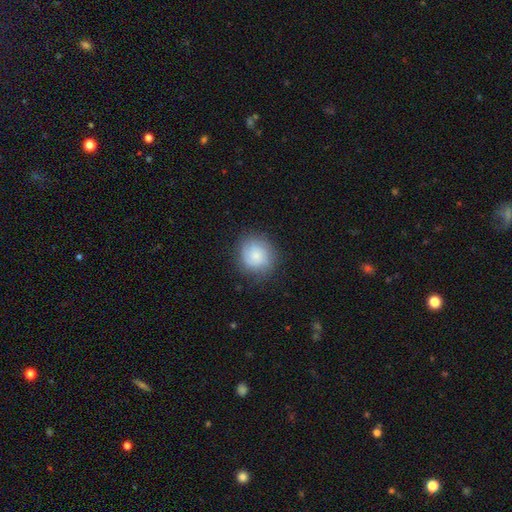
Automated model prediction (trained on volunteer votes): Q: Smooth or featured?
A: smooth (74%); runner-up: featured or disk (18%)
Q: How rounded?
A: round (88%); runner-up: in between (11%)
Q: Merging?
A: none (79%); runner-up: minor disturbance (15%)